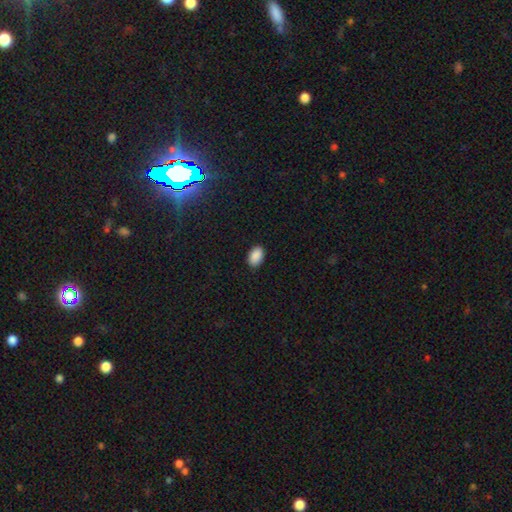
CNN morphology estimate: This is clearly a smooth galaxy (90%). How rounded: clearly in between (89%). Merging: clearly none (89%).